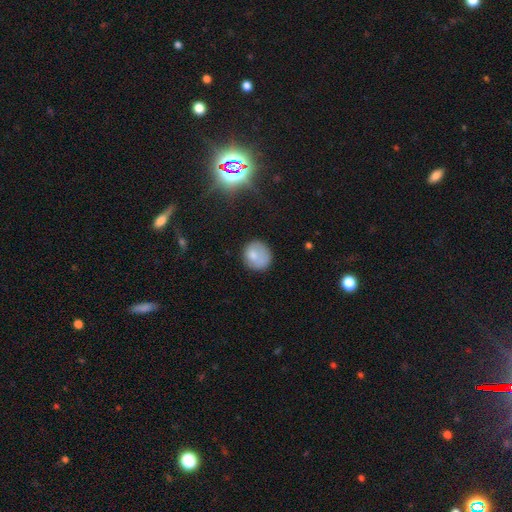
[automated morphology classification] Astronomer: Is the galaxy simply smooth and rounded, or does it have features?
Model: smooth — 78%.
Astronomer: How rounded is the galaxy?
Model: round — 86%.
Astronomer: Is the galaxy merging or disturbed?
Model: none — 70%.